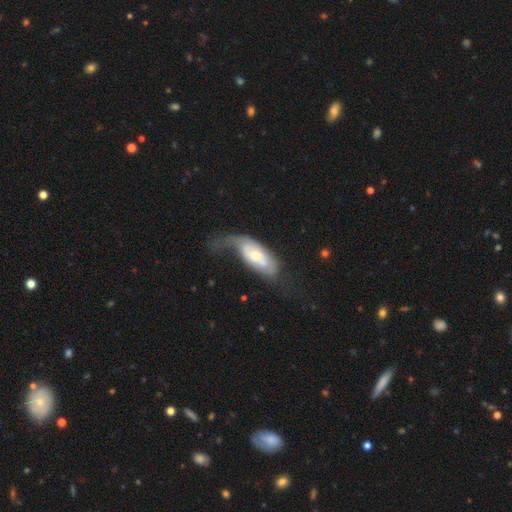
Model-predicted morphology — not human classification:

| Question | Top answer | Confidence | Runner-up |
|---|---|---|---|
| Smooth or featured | featured or disk | 55% | smooth (39%) |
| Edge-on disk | no | 88% | yes (12%) |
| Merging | major disturbance | 42% | minor disturbance (26%) |